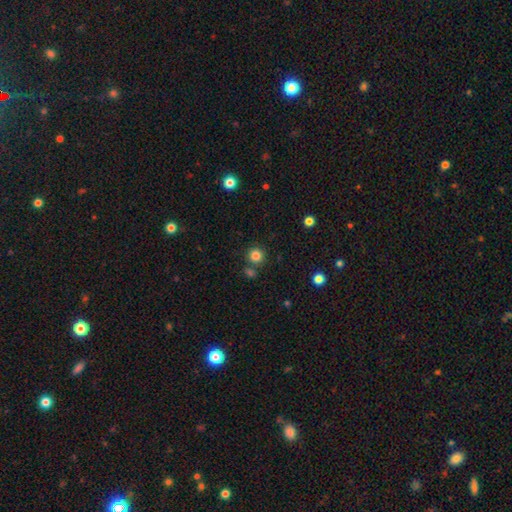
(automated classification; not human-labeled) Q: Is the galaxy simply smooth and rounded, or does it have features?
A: smooth — 83%.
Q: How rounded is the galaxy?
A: round — 94%.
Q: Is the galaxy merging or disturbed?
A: none — 79%.